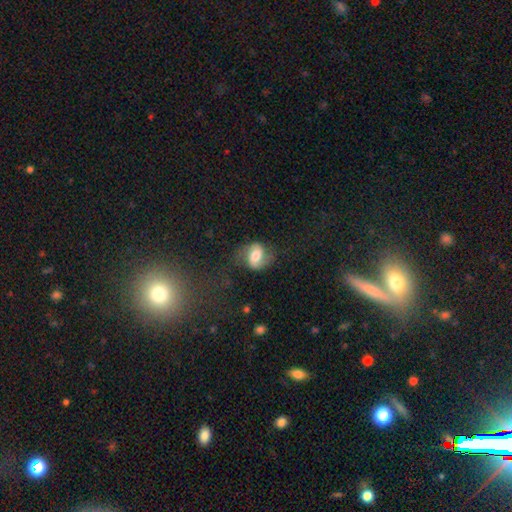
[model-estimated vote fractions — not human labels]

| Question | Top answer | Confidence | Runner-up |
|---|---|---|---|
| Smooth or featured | featured or disk | 62% | smooth (30%) |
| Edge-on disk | no | 97% | yes (3%) |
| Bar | weak | 43% | no (36%) |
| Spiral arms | yes | 89% | no (11%) |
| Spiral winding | loose | 47% | medium (40%) |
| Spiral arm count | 2 | 89% | can't tell (5%) |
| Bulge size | moderate | 57% | large (25%) |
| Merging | none | 65% | minor disturbance (21%) |